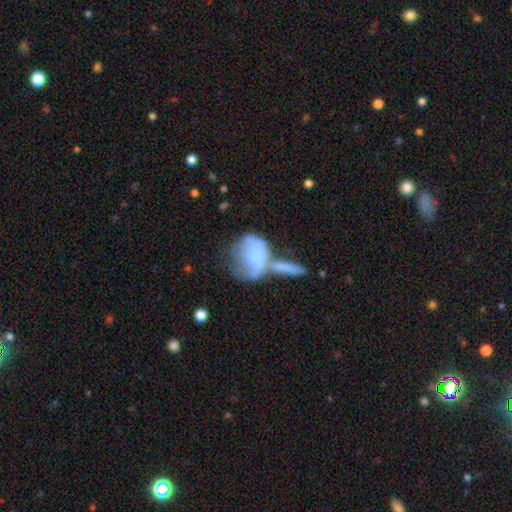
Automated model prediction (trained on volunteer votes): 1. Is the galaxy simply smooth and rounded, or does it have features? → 51% smooth, 39% featured or disk, 9% star or artifact.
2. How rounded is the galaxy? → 57% in between, 38% round, 4% cigar-shaped.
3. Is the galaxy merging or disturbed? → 48% merger, 21% major disturbance, 17% none, 13% minor disturbance.